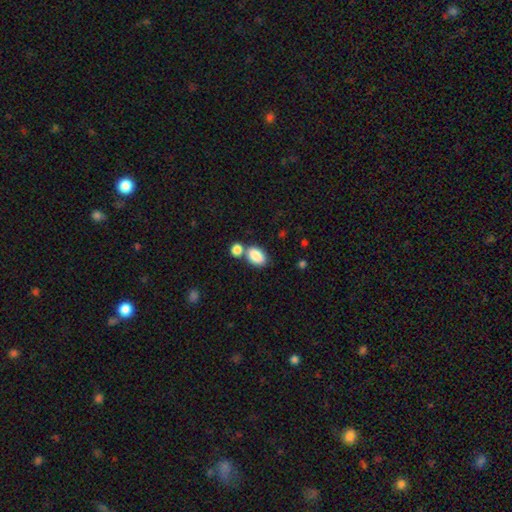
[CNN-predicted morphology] A smooth galaxy with no disk features (87%) that is in between round and cigar-shaped (88%). Merging: none (49%).